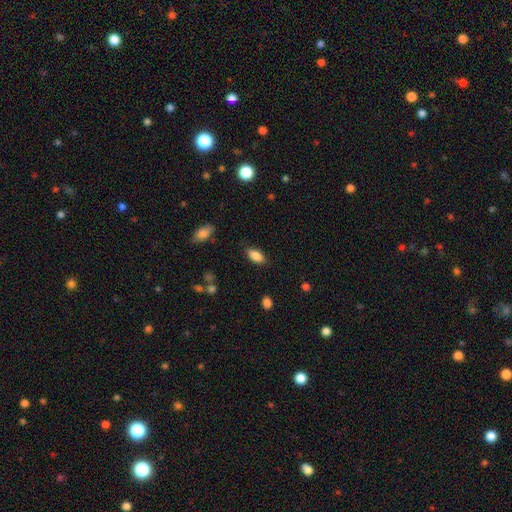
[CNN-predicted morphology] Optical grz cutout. It shows a smooth galaxy with no disk features (84%) that is in between round and cigar-shaped (87%). Merging: none (83%).